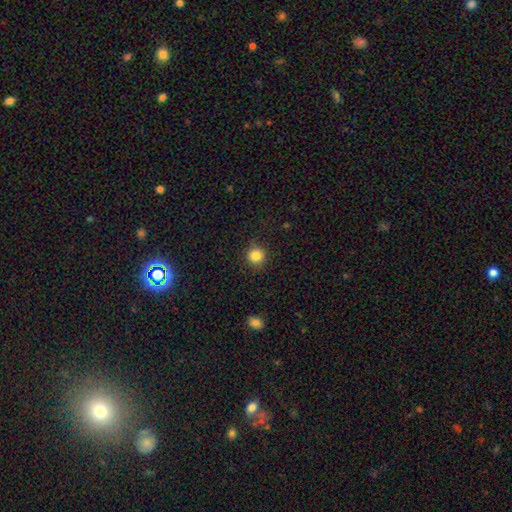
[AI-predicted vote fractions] Overall: smooth (84%). How rounded: round (92%). Merging: none (87%).